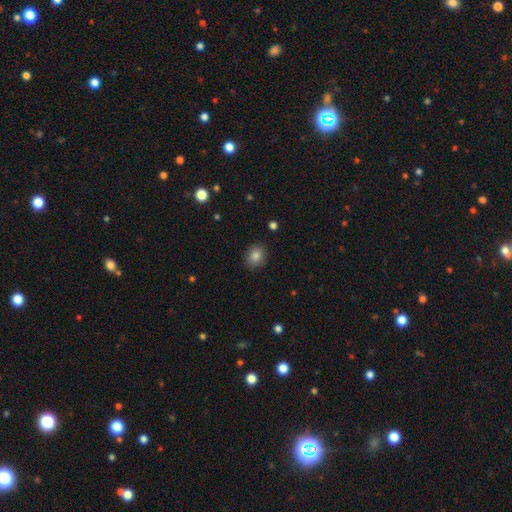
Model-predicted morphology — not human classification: Smooth or featured? Predicted: smooth (p=0.84). How rounded? Predicted: round (p=0.68). Merging? Predicted: none (p=0.87).